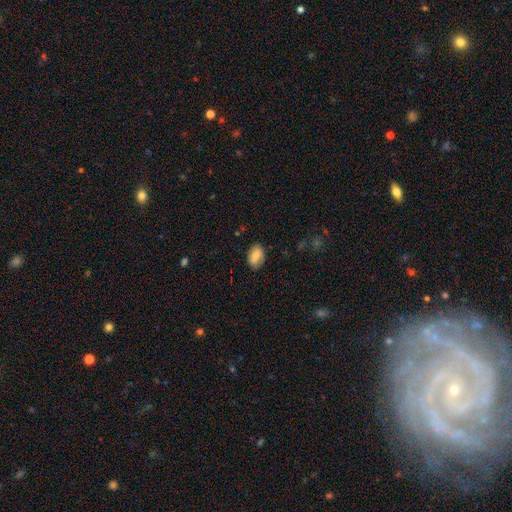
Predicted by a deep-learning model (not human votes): smooth-or-featured: smooth: 73% | featured or disk: 19% | star or artifact: 8%
  how-rounded: in between: 88% | round: 10% | cigar-shaped: 2%
  merging: none: 79% | minor disturbance: 16% | major disturbance: 4% | merger: 1%